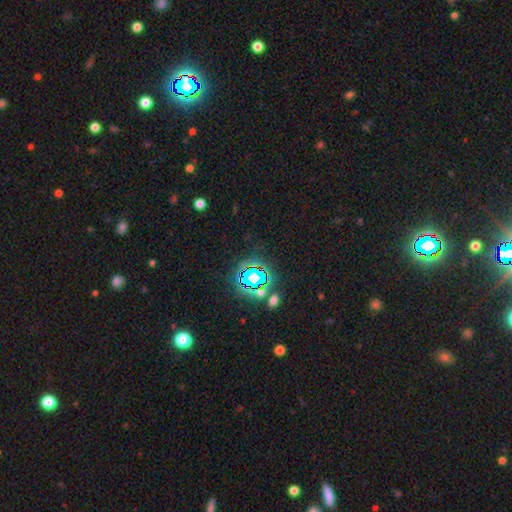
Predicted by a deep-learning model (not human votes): smooth_or_featured: star or artifact (p=0.80) [alt: smooth p=0.12]